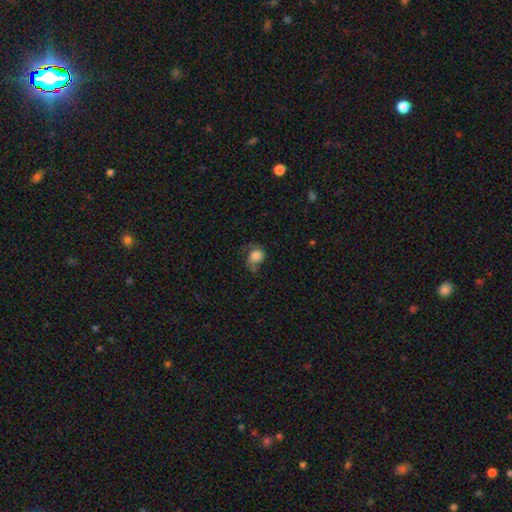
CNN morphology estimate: smooth-or-featured: smooth: 62% | featured or disk: 28% | star or artifact: 10%
  how-rounded: round: 58% | in between: 41% | cigar-shaped: 1%
  merging: none: 37% | major disturbance: 31% | minor disturbance: 28% | merger: 4%